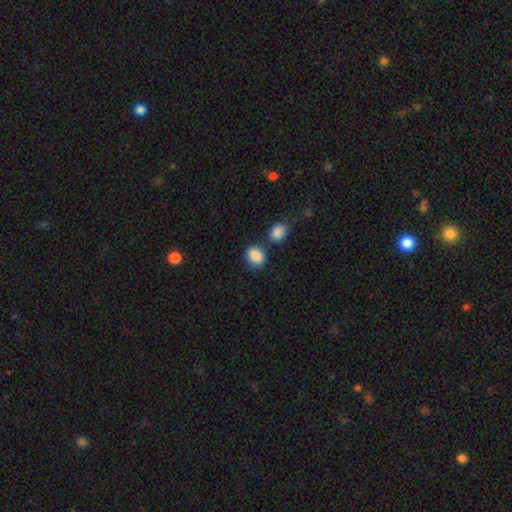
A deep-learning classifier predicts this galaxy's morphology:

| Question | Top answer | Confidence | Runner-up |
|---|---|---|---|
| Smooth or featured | smooth | 88% | star or artifact (8%) |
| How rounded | in between | 50% | round (49%) |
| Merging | none | 66% | merger (16%) |